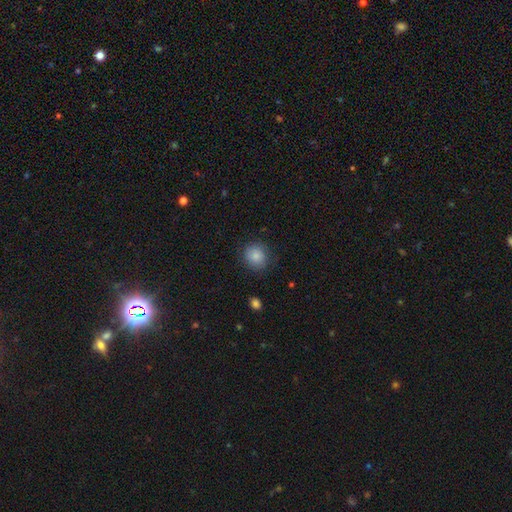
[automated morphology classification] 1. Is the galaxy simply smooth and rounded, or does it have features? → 84% smooth, 9% star or artifact, 7% featured or disk.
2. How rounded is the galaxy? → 82% round, 17% in between, 1% cigar-shaped.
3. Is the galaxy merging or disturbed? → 82% none, 13% minor disturbance, 4% major disturbance, 1% merger.